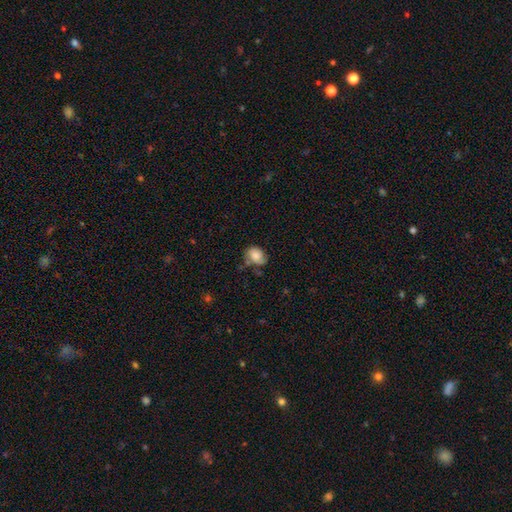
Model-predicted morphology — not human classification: A smooth galaxy with no disk features (73%) that is in between round and cigar-shaped (61%).

Vote fractions:
- Smooth or featured? smooth: 73% / featured or disk: 19% / star or artifact: 9%
- How rounded? in between: 61% / round: 38% / cigar-shaped: 1%
- Merging? none: 50% / minor disturbance: 32% / major disturbance: 12% / merger: 7%